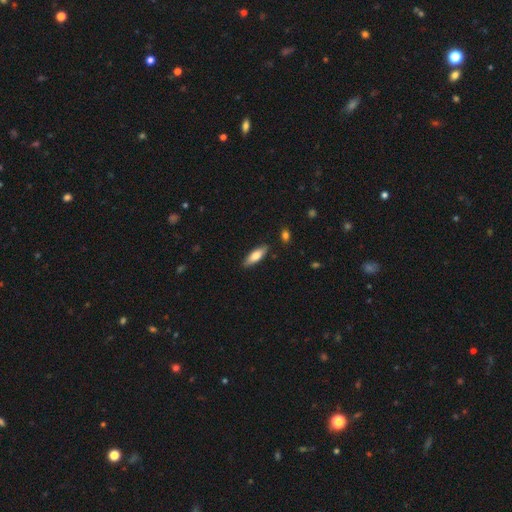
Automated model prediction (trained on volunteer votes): Smooth or featured? smooth (74%)
How rounded? in between (55%)
Merging? none (86%)